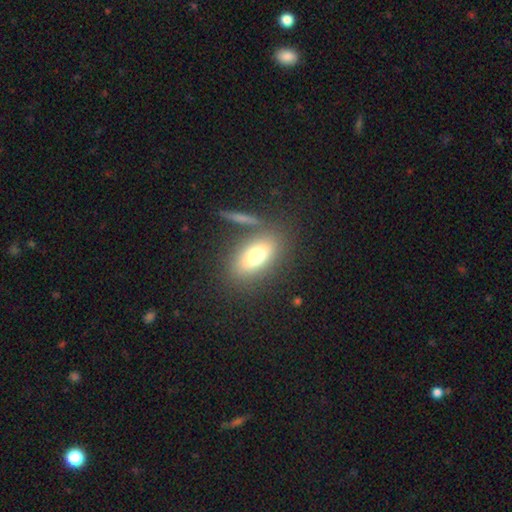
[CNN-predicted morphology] Q: Smooth or featured?
A: smooth (69%); runner-up: featured or disk (21%)
Q: How rounded?
A: in between (79%); runner-up: round (12%)
Q: Merging?
A: none (74%); runner-up: minor disturbance (11%)